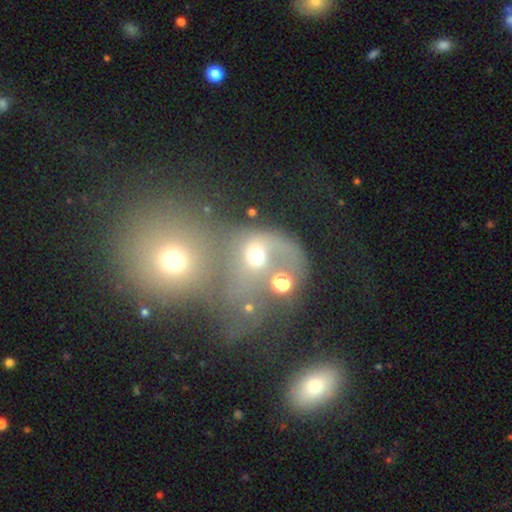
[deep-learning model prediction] Q: Smooth or featured?
A: smooth (51%); runner-up: featured or disk (29%)
Q: How rounded?
A: round (65%); runner-up: in between (34%)
Q: Merging?
A: merger (62%); runner-up: none (16%)